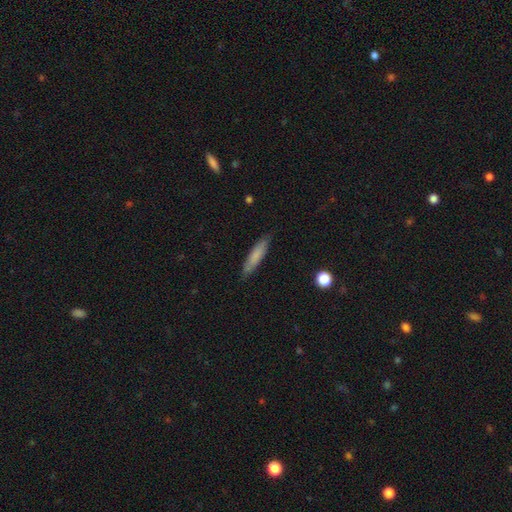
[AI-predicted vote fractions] Smooth or featured?
  - smooth: 75% *
  - featured or disk: 19%
  - star or artifact: 6%
How rounded?
  - cigar-shaped: 80% *
  - in between: 18%
  - round: 1%
Merging?
  - none: 85% *
  - minor disturbance: 12%
  - major disturbance: 2%
  - merger: 1%